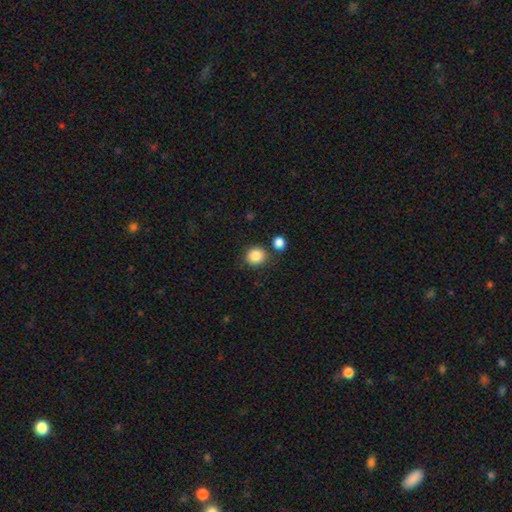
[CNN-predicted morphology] smooth_or_featured: smooth (p=0.87) [alt: star or artifact p=0.09]
how_rounded: round (p=0.86) [alt: in between p=0.13]
merging: none (p=0.82) [alt: minor disturbance p=0.09]